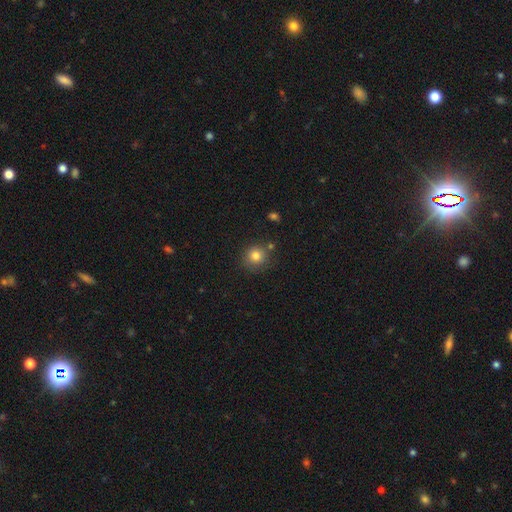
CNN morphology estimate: This is clearly a smooth galaxy (80%). How rounded: clearly round (90%). Merging: likely none (78%).